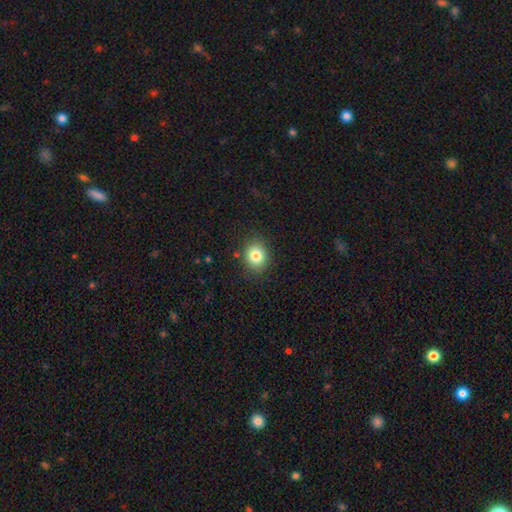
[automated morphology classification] This appears to be a smooth galaxy with no disk features (82%) that is round (69%). Merging: none (86%).